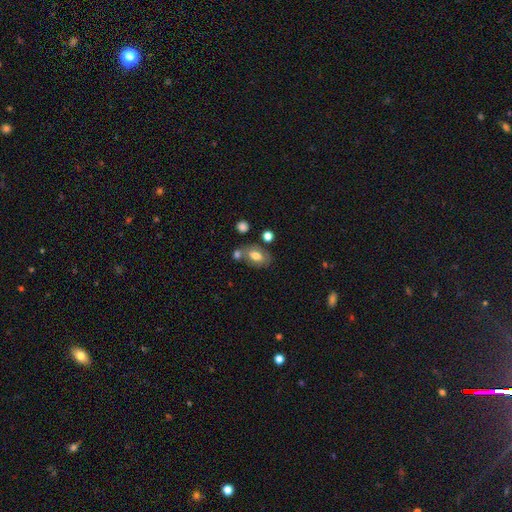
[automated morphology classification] Smooth or featured?
  - smooth: 69% *
  - featured or disk: 23%
  - star or artifact: 8%
How rounded?
  - in between: 86% *
  - round: 12%
  - cigar-shaped: 2%
Merging?
  - none: 57% *
  - merger: 21%
  - minor disturbance: 16%
  - major disturbance: 5%